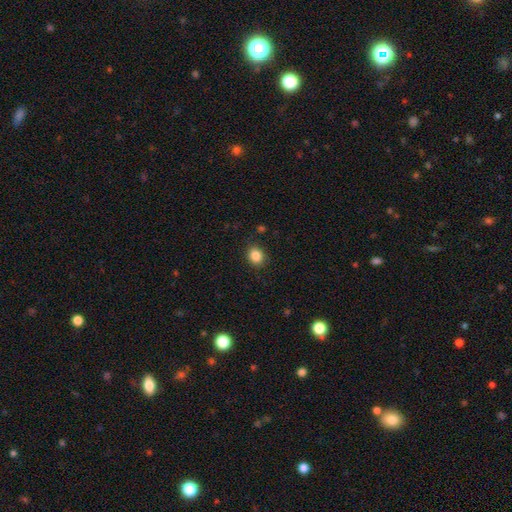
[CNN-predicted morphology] Smooth or featured?
  - smooth: 86% *
  - star or artifact: 10%
  - featured or disk: 4%
How rounded?
  - round: 65% *
  - in between: 34%
  - cigar-shaped: 1%
Merging?
  - none: 87% *
  - minor disturbance: 9%
  - major disturbance: 3%
  - merger: 1%